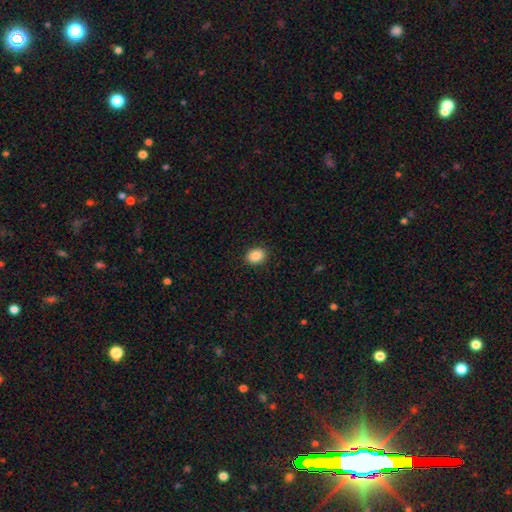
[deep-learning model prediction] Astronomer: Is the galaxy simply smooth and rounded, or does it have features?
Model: smooth — 87%.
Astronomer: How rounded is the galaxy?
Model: in between — 50% (runner-up: round, 49%).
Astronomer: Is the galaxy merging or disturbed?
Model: none — 90%.